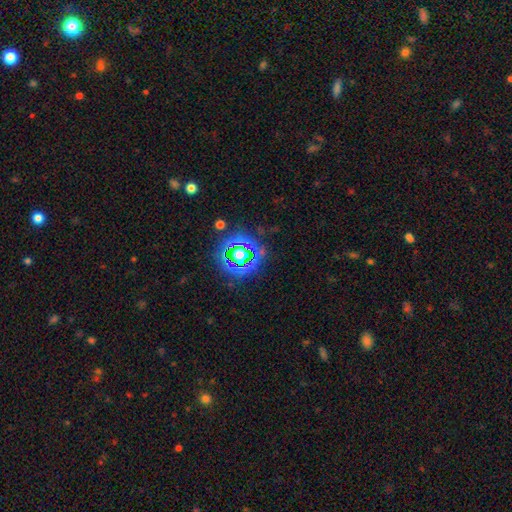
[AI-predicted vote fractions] Smooth or featured? Predicted: star or artifact (p=0.75).